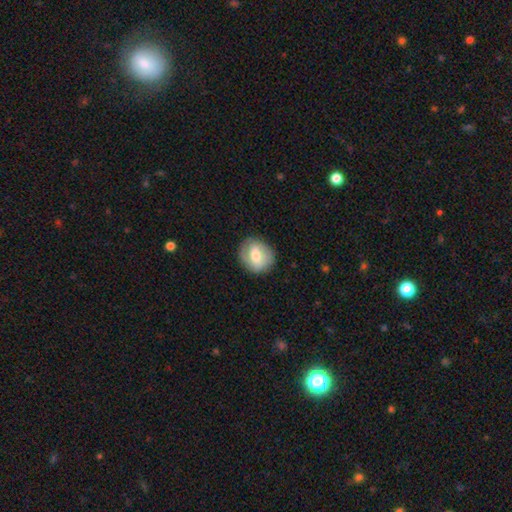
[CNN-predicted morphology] Smooth or featured? smooth (54%)
How rounded? round (71%)
Merging? none (81%)